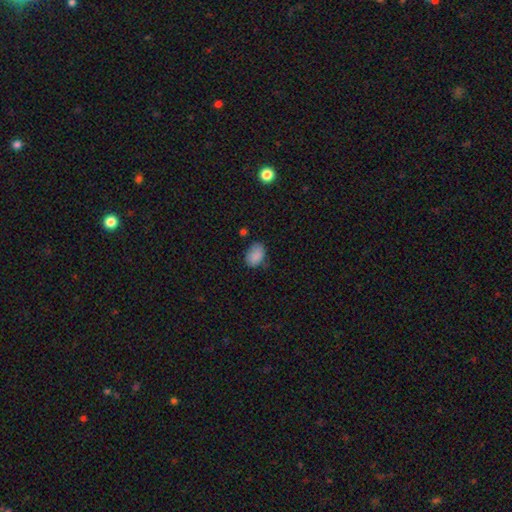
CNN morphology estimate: smooth_or_featured: smooth (p=0.85) [alt: star or artifact p=0.09]
how_rounded: in between (p=0.83) [alt: round p=0.16]
merging: none (p=0.64) [alt: minor disturbance p=0.28]